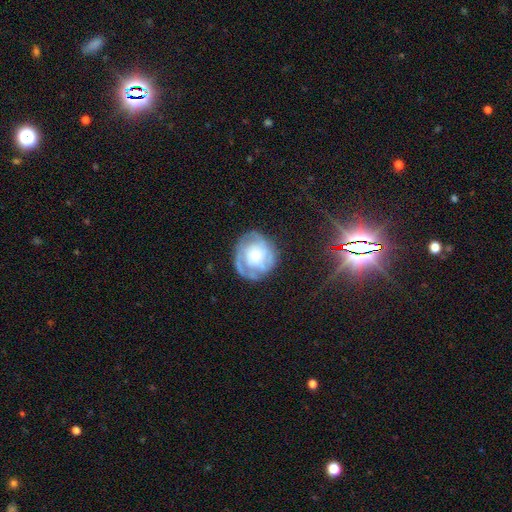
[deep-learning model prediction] featured or disk 66%, smooth 26%, star or artifact 7%. Down the decision tree: edge-on disk — no (97%); bar — no (81%); spiral arms — yes (77%); bulge size — small (43%); merging — none (67%).